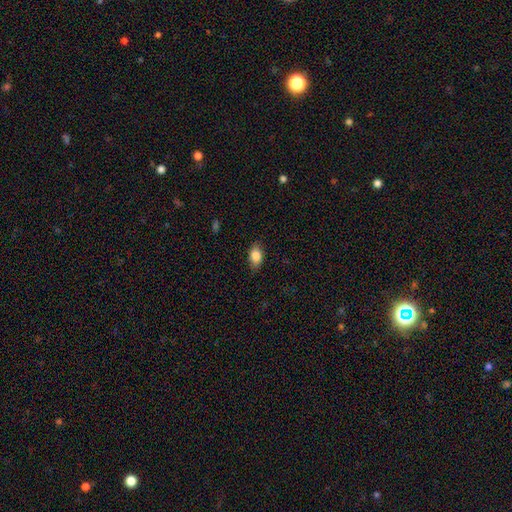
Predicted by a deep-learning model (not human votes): This is clearly a smooth galaxy (86%). How rounded: clearly in between (87%). Merging: clearly none (83%).